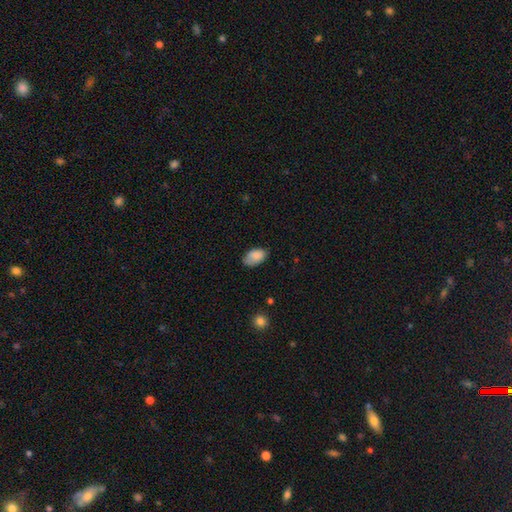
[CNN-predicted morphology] A smooth galaxy with no disk features (84%) that is in between round and cigar-shaped (91%).

Vote fractions:
- Smooth or featured? smooth: 84% / featured or disk: 8% / star or artifact: 8%
- How rounded? in between: 91% / round: 7% / cigar-shaped: 1%
- Merging? none: 66% / minor disturbance: 26% / major disturbance: 6% / merger: 2%